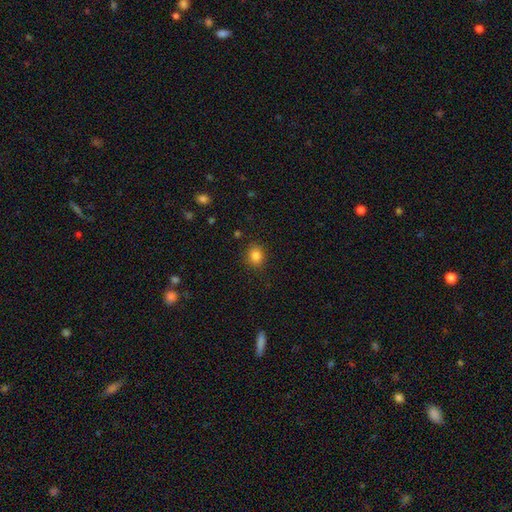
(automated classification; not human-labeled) Q: Smooth or featured?
A: smooth (83%); runner-up: star or artifact (12%)
Q: How rounded?
A: round (70%); runner-up: in between (29%)
Q: Merging?
A: none (88%); runner-up: minor disturbance (9%)